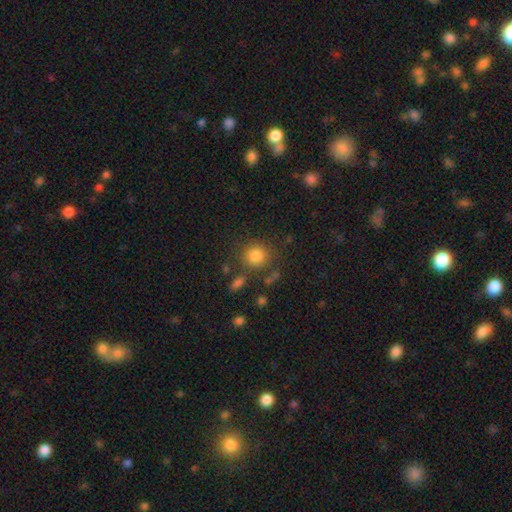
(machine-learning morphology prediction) type=smooth (82%); roundness=round (89%); merging=none (78%).